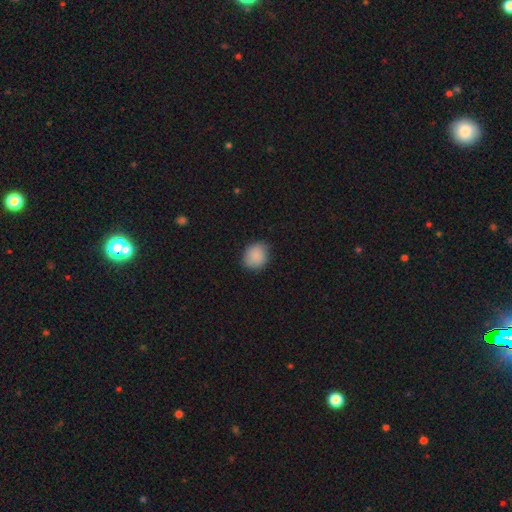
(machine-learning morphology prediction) Overall: smooth (88%). How rounded: round (65%; in between 34%). Merging: none (81%).